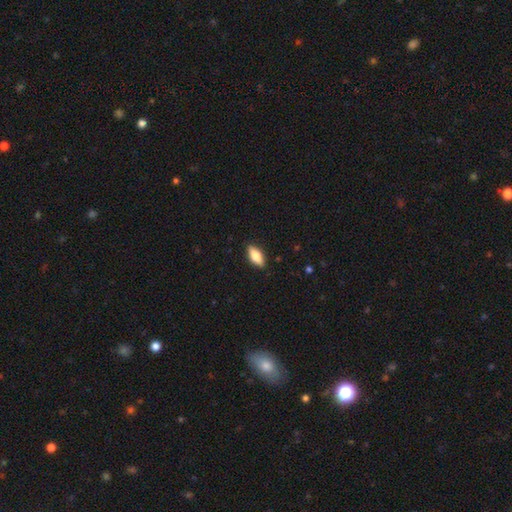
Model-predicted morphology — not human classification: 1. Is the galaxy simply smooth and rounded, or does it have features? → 71% smooth, 22% featured or disk, 7% star or artifact.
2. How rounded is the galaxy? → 78% in between, 19% cigar-shaped, 3% round.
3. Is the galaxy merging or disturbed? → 88% none, 9% minor disturbance, 2% major disturbance, 1% merger.